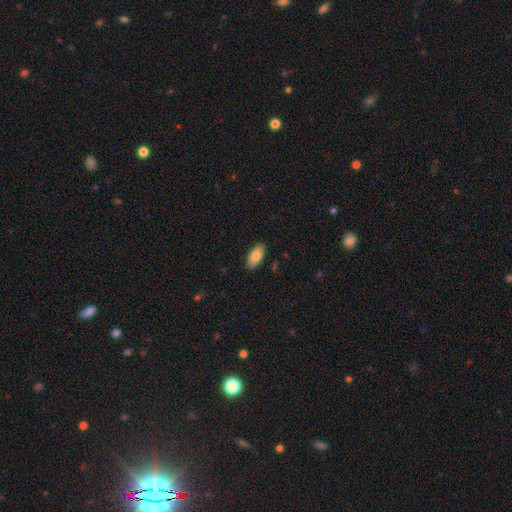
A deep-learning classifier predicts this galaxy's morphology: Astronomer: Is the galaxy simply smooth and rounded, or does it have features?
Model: smooth — 82%.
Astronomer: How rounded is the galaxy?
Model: in between — 92%.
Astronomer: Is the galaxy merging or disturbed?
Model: none — 88%.